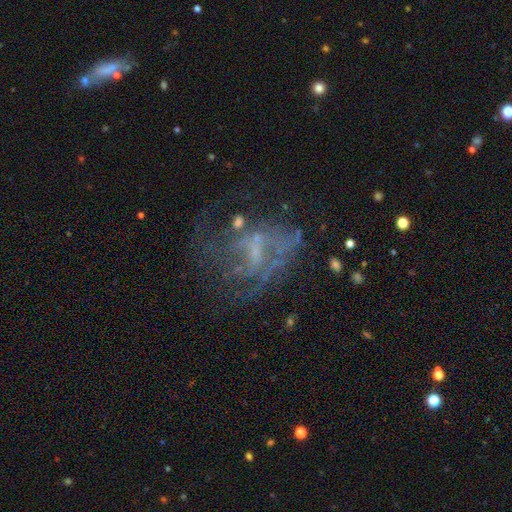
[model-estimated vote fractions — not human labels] The model was most divided on "merging" (2-way tie): major disturbance: 38%, none: 38%, minor disturbance: 16%, merger: 7%. Remaining: edge-on disk — no (97%); smooth or featured — featured or disk (67%); bar — no (63%); spiral arms — no (58%); bulge size — none (44%).